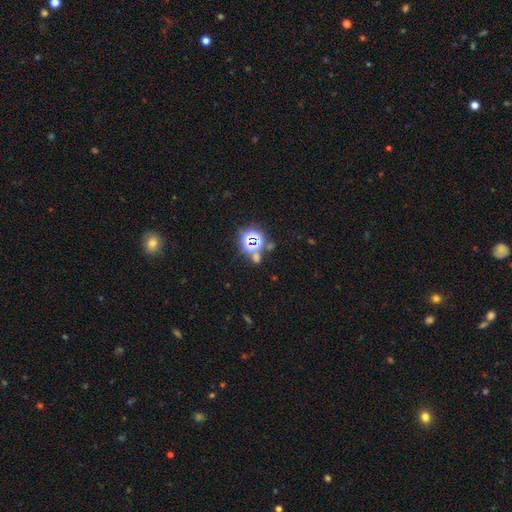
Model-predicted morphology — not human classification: This is likely a star or artifact rather than a galaxy (70%).